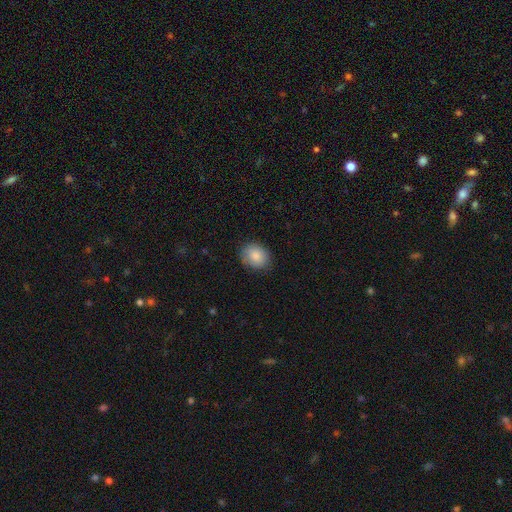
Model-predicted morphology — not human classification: This appears to be a smooth galaxy with no disk features (86%) that is round (51%). Merging: none (85%).